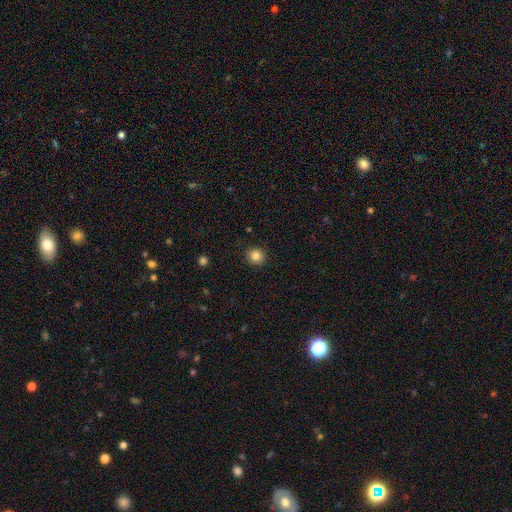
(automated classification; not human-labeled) Smooth or featured: smooth — 84% (star or artifact — 11%)
How rounded: round — 92% (in between — 7%)
Merging: none — 92% (minor disturbance — 6%)